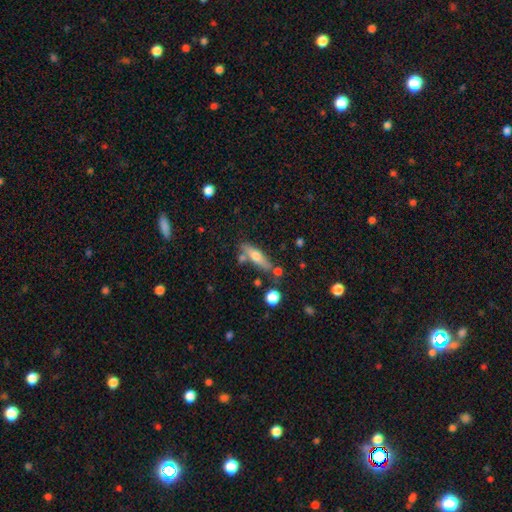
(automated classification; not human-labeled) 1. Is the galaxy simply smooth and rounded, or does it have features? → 52% smooth, 40% featured or disk, 7% star or artifact.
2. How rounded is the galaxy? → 64% cigar-shaped, 33% in between, 3% round.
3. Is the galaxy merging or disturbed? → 70% none, 15% minor disturbance, 11% merger, 4% major disturbance.